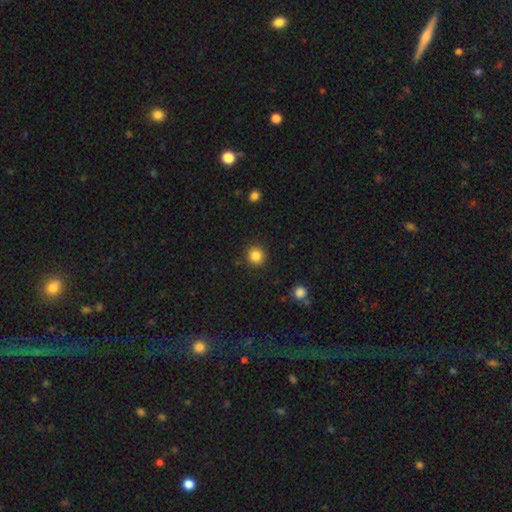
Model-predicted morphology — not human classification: Smooth or featured?
  - smooth: 85% *
  - star or artifact: 11%
  - featured or disk: 4%
How rounded?
  - round: 94% *
  - in between: 5%
  - cigar-shaped: 1%
Merging?
  - none: 91% *
  - minor disturbance: 5%
  - major disturbance: 2%
  - merger: 1%